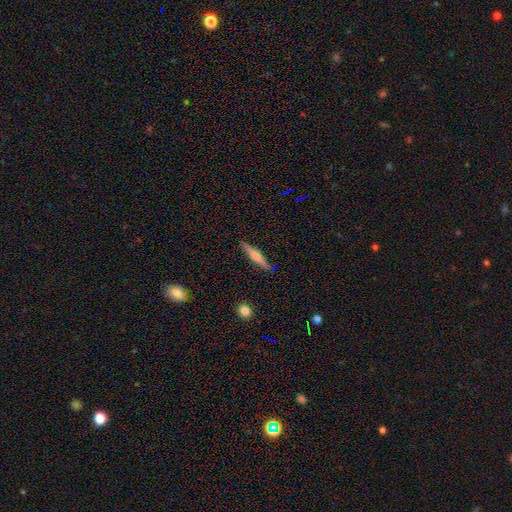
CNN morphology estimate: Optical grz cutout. It shows a featured or disk galaxy (58%) viewed edge-on (97%) with a rounded central bulge (83%). Merging: none (91%).